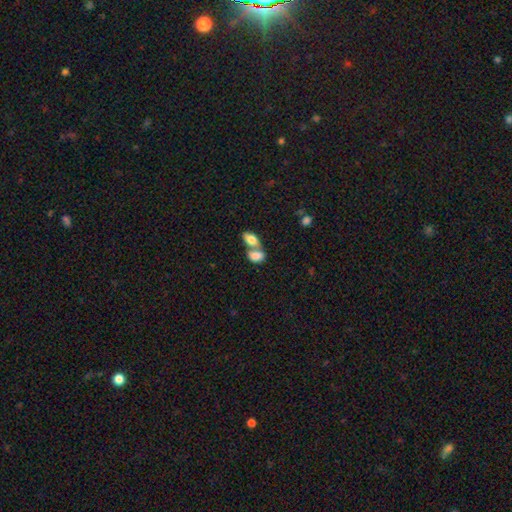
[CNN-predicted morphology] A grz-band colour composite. It shows a smooth galaxy with no disk features (82%) that is in between round and cigar-shaped (89%). Merging: merger (66%).